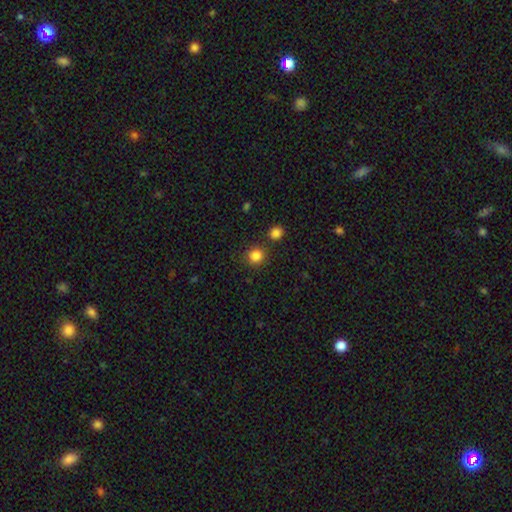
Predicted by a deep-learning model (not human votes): This is clearly a smooth galaxy (84%). How rounded: clearly round (91%). Merging: clearly none (84%).